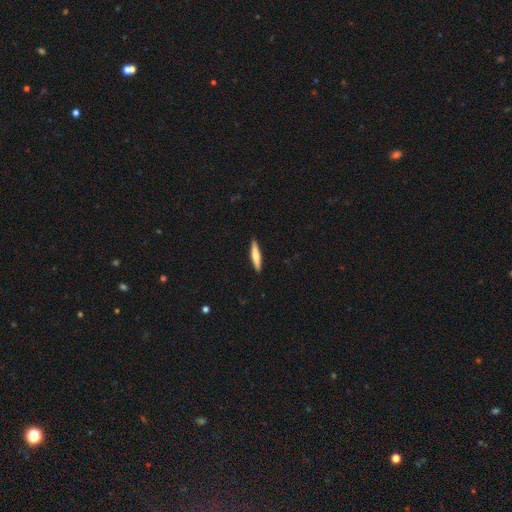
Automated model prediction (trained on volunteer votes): A smooth galaxy with no disk features (62%) that is cigar-shaped (86%).

Vote fractions:
- Smooth or featured? smooth: 62% / featured or disk: 33% / star or artifact: 5%
- How rounded? cigar-shaped: 86% / in between: 12% / round: 2%
- Merging? none: 91% / minor disturbance: 6% / major disturbance: 1% / merger: 1%